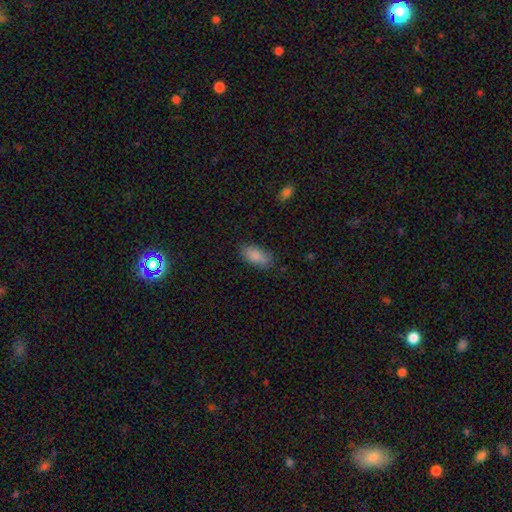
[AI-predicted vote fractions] Q: Smooth or featured?
A: smooth (87%); runner-up: star or artifact (7%)
Q: How rounded?
A: in between (91%); runner-up: cigar-shaped (7%)
Q: Merging?
A: none (81%); runner-up: minor disturbance (14%)